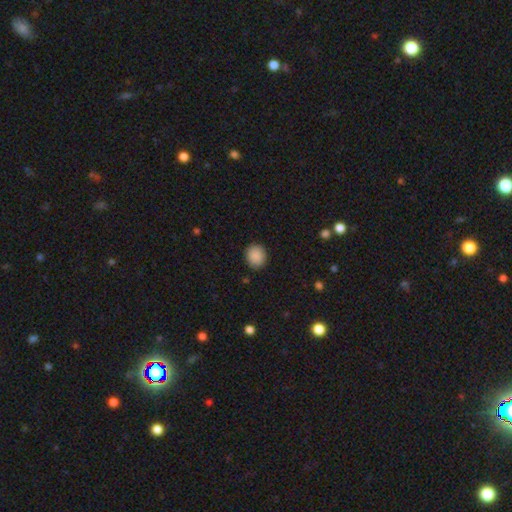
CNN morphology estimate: Smooth or featured? smooth (89%)
How rounded? round (76%)
Merging? none (90%)